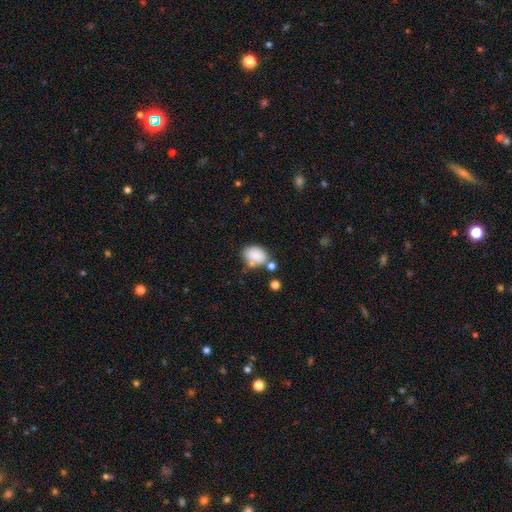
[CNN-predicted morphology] A smooth galaxy with no disk features (83%) that is in between round and cigar-shaped (75%).

Vote fractions:
- Smooth or featured? smooth: 83% / star or artifact: 9% / featured or disk: 8%
- How rounded? in between: 75% / round: 23% / cigar-shaped: 1%
- Merging? none: 49% / minor disturbance: 22% / merger: 20% / major disturbance: 8%